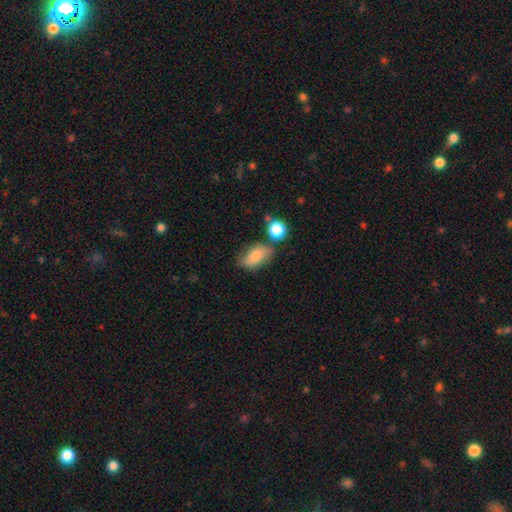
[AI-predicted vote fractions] Smooth or featured? smooth (68%)
How rounded? in between (87%)
Merging? none (62%)